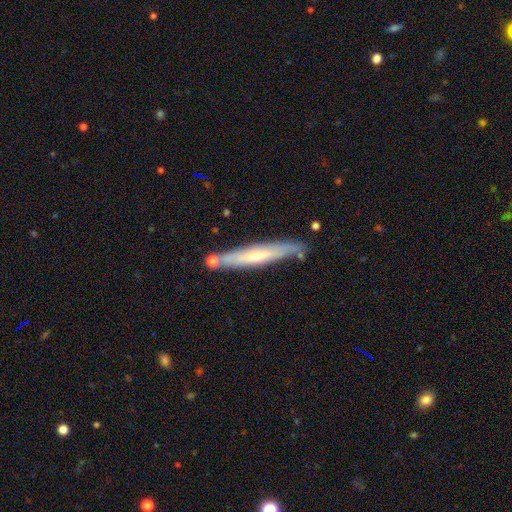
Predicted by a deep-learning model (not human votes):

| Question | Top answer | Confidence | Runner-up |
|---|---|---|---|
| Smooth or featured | featured or disk | 51% | smooth (43%) |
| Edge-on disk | yes | 85% | no (15%) |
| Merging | none | 76% | minor disturbance (14%) |